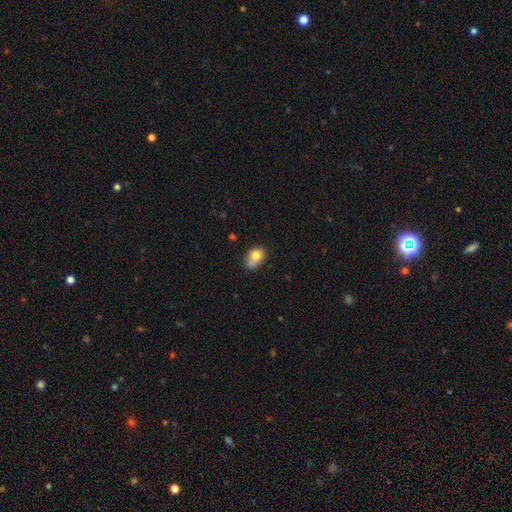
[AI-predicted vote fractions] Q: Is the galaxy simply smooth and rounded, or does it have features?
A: smooth — 78%.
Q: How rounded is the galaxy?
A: in between — 75%.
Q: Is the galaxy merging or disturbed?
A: none — 42%.